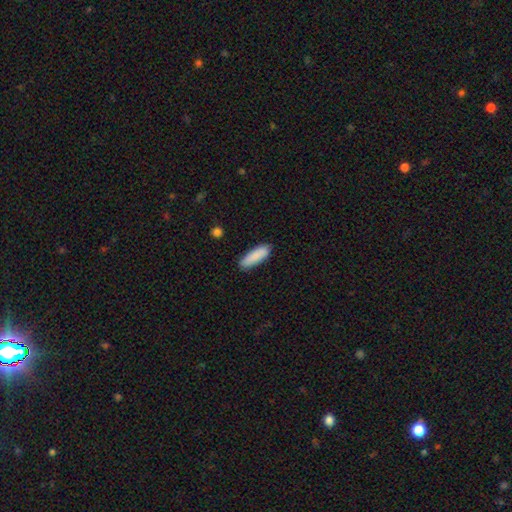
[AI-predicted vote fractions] Q: Smooth or featured?
A: smooth (88%); runner-up: star or artifact (6%)
Q: How rounded?
A: in between (50%); runner-up: cigar-shaped (49%)
Q: Merging?
A: none (86%); runner-up: minor disturbance (11%)